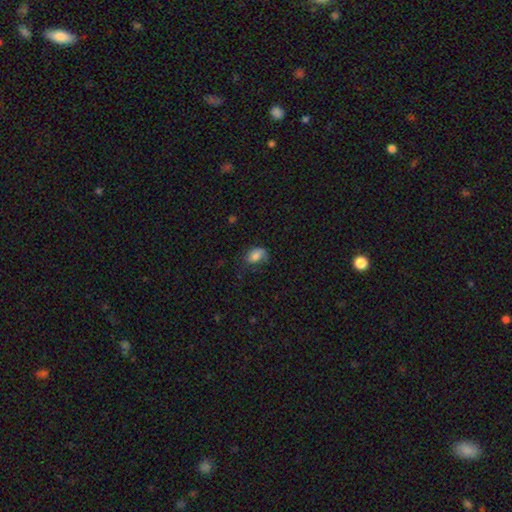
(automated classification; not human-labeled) Smooth or featured: smooth — 74% (featured or disk — 17%)
How rounded: in between — 81% (round — 18%)
Merging: none — 48% (minor disturbance — 31%)